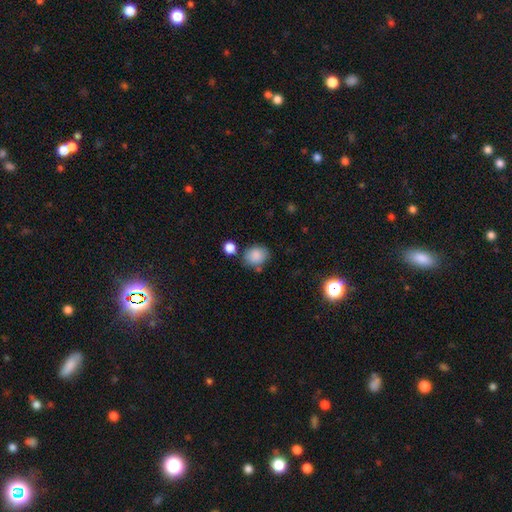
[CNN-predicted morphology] The model was most divided on "how rounded": round: 55%, in between: 44%, cigar-shaped: 1%. More confident: smooth or featured — smooth (85%); merging — none (68%).